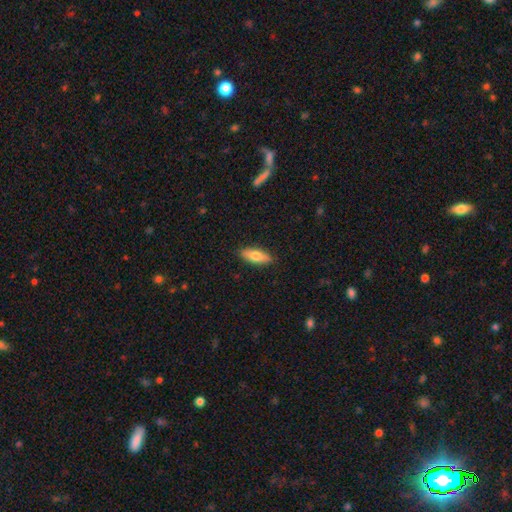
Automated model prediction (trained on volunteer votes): A smooth galaxy with no disk features (75%) that is in between round and cigar-shaped (68%). Merging: none (88%).